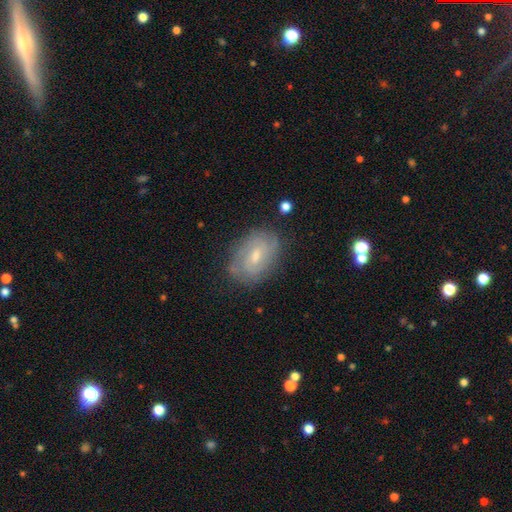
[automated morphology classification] This appears to be a featured or disk galaxy (66%) with a weak bar (57%), tight (57%) spiral arms (83%) and a moderate central bulge (46%, tied with small). Merging: none (74%).